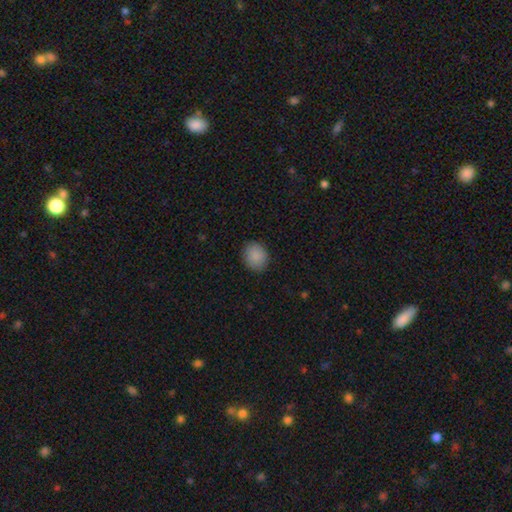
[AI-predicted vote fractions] Overall: smooth (89%). How rounded: round (66%; in between 33%). Merging: none (88%).